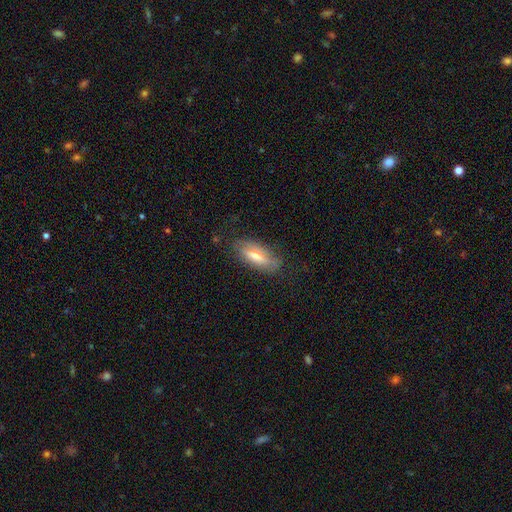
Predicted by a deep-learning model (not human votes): smooth-or-featured: smooth: 56% | featured or disk: 36% | star or artifact: 8%
  how-rounded: in between: 65% | cigar-shaped: 32% | round: 3%
  merging: none: 73% | minor disturbance: 20% | major disturbance: 5% | merger: 1%